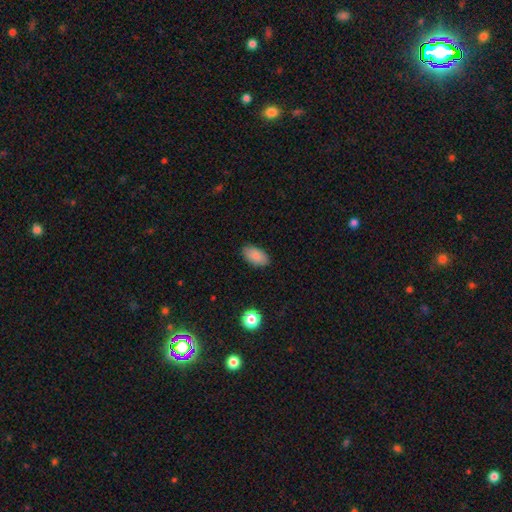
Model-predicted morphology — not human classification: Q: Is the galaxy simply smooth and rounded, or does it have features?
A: smooth — 87%.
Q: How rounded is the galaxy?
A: in between — 94%.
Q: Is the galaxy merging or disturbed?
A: none — 86%.